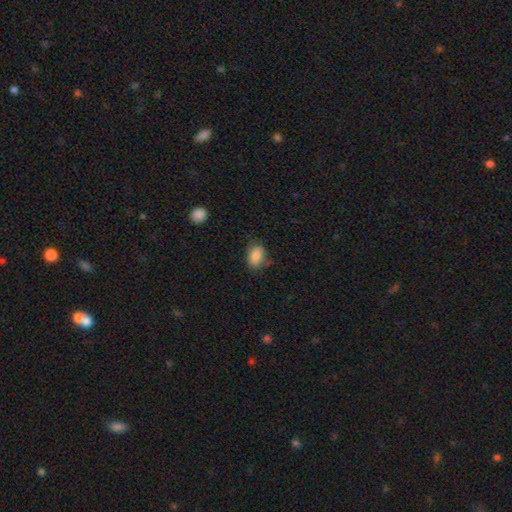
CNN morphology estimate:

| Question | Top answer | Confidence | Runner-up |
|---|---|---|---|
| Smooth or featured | smooth | 86% | star or artifact (8%) |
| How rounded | in between | 85% | round (13%) |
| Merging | none | 69% | minor disturbance (23%) |